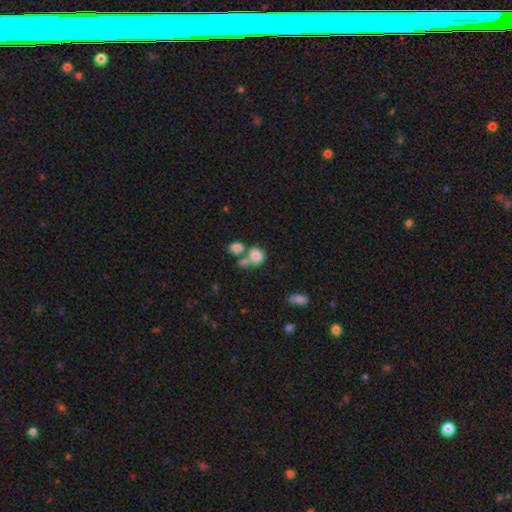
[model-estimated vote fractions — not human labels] Smooth or featured?
  - smooth: 79% *
  - featured or disk: 12%
  - star or artifact: 10%
How rounded?
  - in between: 57% *
  - round: 42%
  - cigar-shaped: 1%
Merging?
  - merger: 49% *
  - none: 33%
  - minor disturbance: 12%
  - major disturbance: 6%